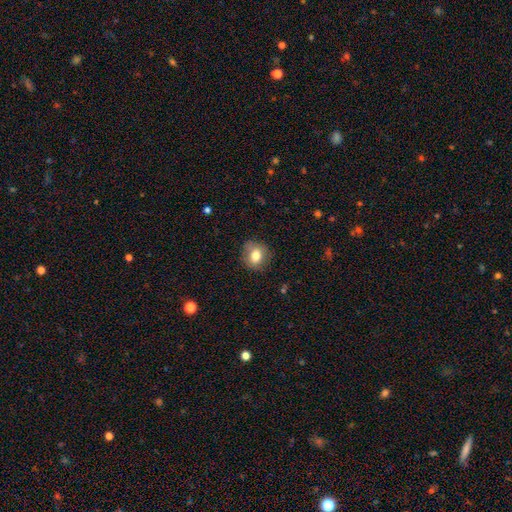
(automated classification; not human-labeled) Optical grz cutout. It shows a smooth galaxy with no disk features (77%) that is round (70%). Merging: none (79%).